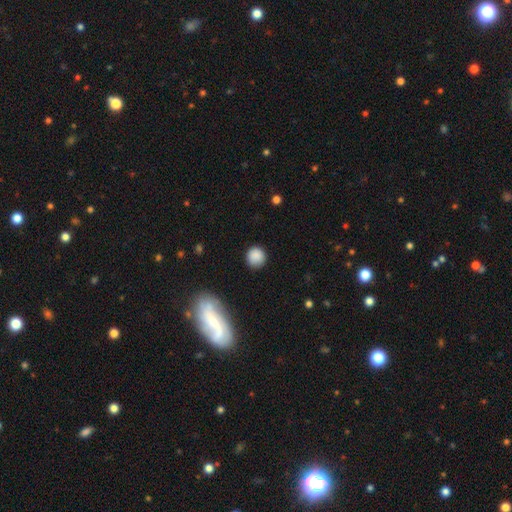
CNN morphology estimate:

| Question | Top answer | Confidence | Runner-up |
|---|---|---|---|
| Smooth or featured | smooth | 86% | star or artifact (10%) |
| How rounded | round | 90% | in between (9%) |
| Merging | none | 86% | minor disturbance (10%) |